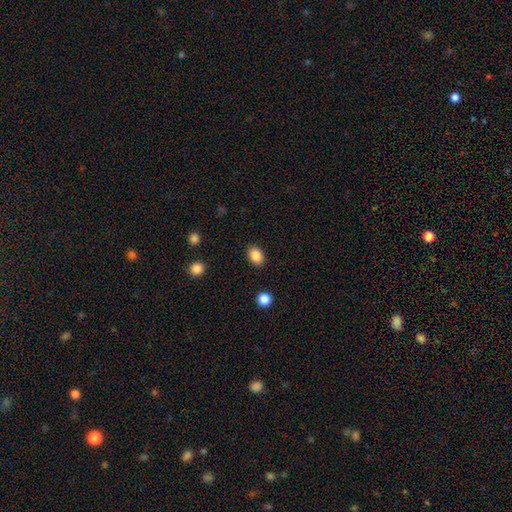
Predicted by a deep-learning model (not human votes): A smooth galaxy with no disk features (87%) that is in between round and cigar-shaped (81%). Merging: none (87%).